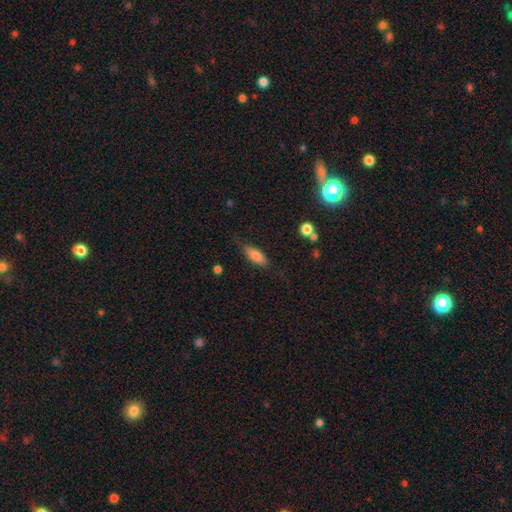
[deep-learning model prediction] This is likely a smooth galaxy (76%). How rounded: likely in between (69%). Merging: likely none (75%).